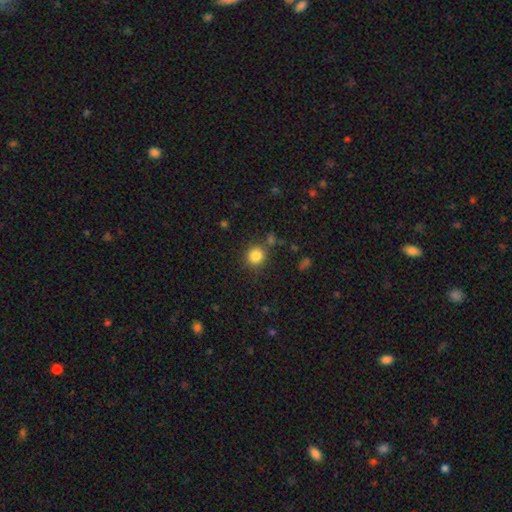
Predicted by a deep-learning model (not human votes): Smooth or featured: smooth — 84% (star or artifact — 11%)
How rounded: round — 90% (in between — 9%)
Merging: none — 82% (minor disturbance — 9%)